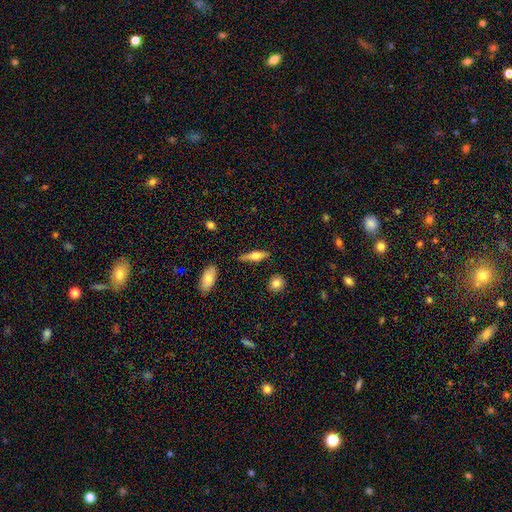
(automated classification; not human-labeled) Q: Smooth or featured?
A: featured or disk (48%); runner-up: smooth (45%)
Q: Merging?
A: none (83%); runner-up: minor disturbance (11%)